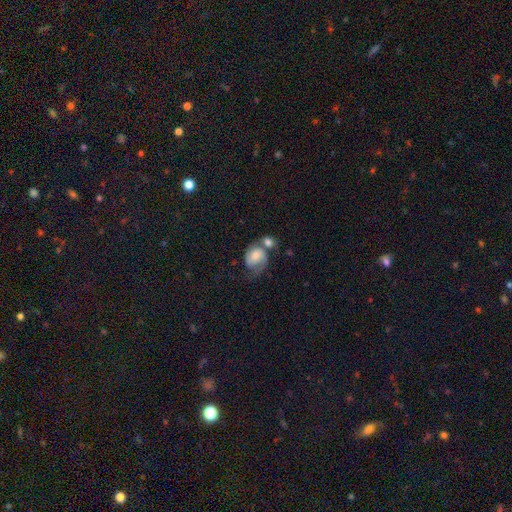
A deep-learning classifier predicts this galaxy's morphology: A featured or disk galaxy (48%). Merging: merger (42%).